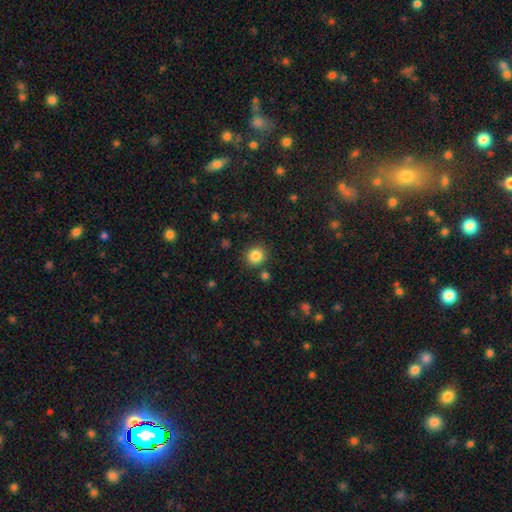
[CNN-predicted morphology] This appears to be a smooth galaxy with no disk features (85%) that is round (90%). Merging: none (87%).